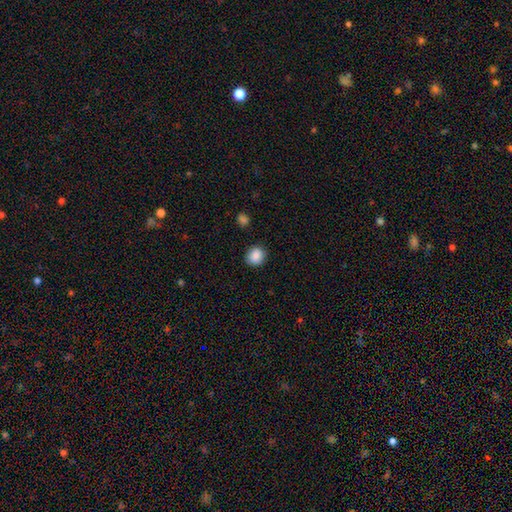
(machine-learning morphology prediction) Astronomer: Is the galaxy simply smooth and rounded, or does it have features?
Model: smooth — 88%.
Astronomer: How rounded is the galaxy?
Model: round — 78%.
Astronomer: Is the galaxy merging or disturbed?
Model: none — 88%.